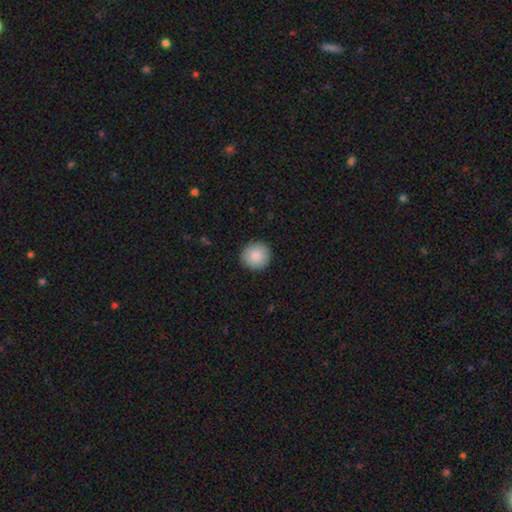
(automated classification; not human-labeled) This is clearly a smooth galaxy (89%). How rounded: clearly round (94%). Merging: clearly none (91%).